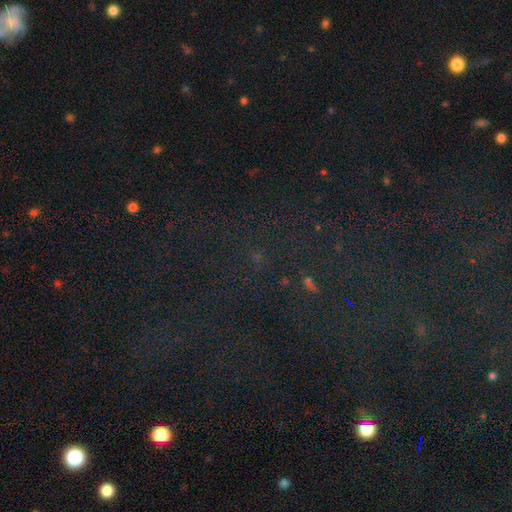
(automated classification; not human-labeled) Smooth or featured: star or artifact — 76% (smooth — 14%)